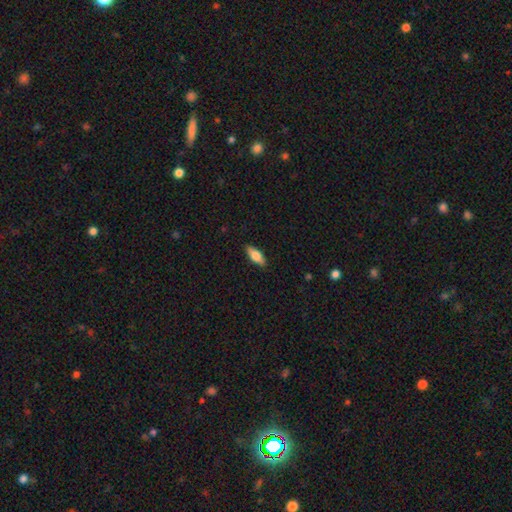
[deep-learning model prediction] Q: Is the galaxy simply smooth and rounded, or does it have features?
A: smooth — 73%.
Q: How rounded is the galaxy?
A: in between — 72%.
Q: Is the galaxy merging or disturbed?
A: none — 89%.